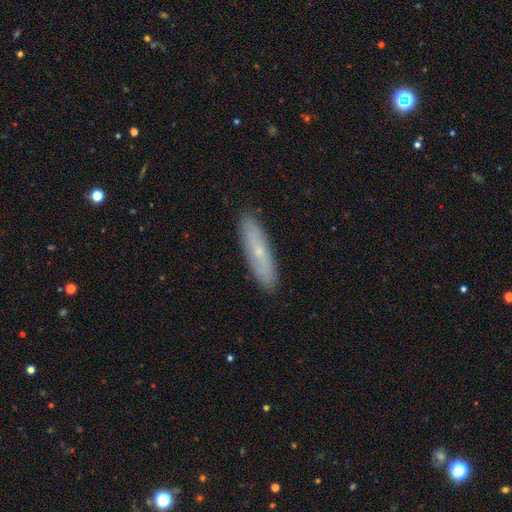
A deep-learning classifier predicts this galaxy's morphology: Q: Smooth or featured?
A: smooth (53%); runner-up: featured or disk (37%)
Q: How rounded?
A: cigar-shaped (77%); runner-up: in between (21%)
Q: Merging?
A: none (89%); runner-up: minor disturbance (8%)